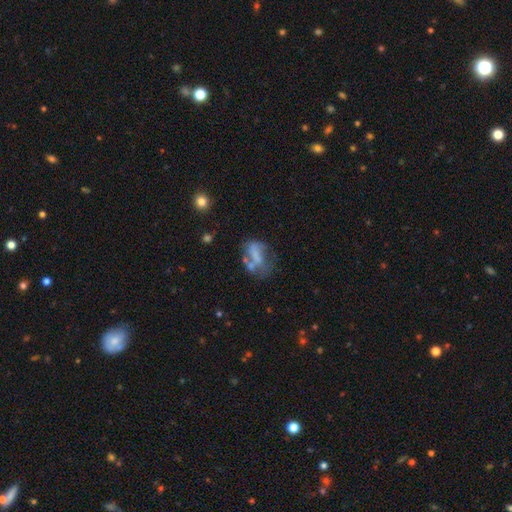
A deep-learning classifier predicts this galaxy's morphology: This appears to be a smooth galaxy with no disk features (44%). Merging: major disturbance (31%).